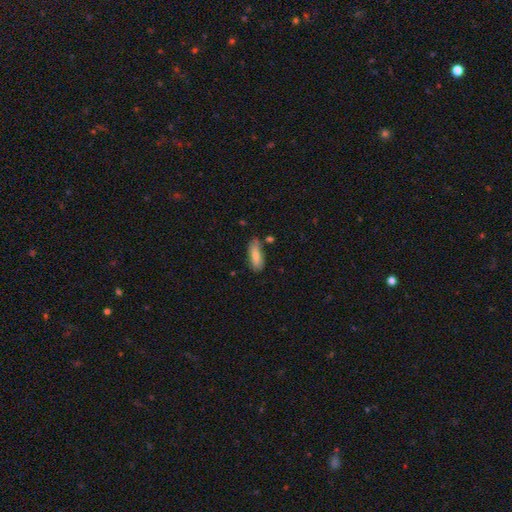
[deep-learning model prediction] Overall: smooth (76%). How rounded: in between (63%; cigar-shaped 34%). Merging: none (67%).